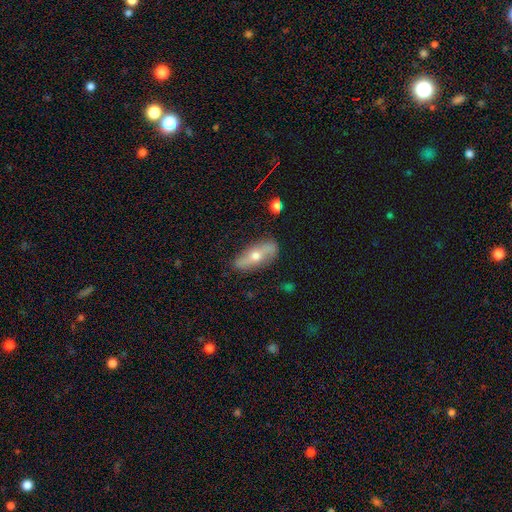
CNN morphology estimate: Smooth or featured? Predicted: featured or disk (p=0.53). Edge-on disk? Predicted: no (p=0.51). Merging? Predicted: none (p=0.82).